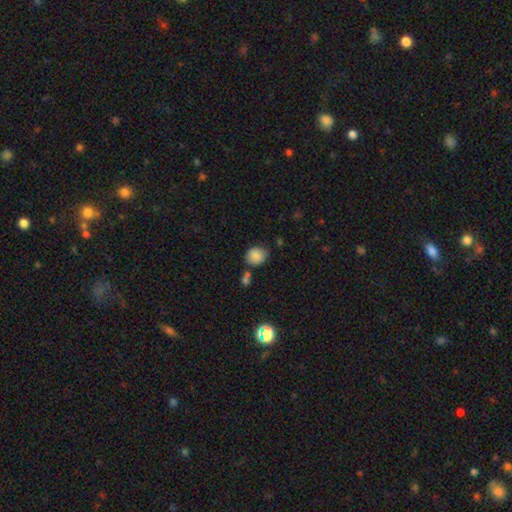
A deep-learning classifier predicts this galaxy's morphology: smooth-or-featured: smooth: 86% | star or artifact: 10% | featured or disk: 4%
  how-rounded: round: 74% | in between: 25% | cigar-shaped: 1%
  merging: none: 68% | minor disturbance: 18% | merger: 10% | major disturbance: 4%